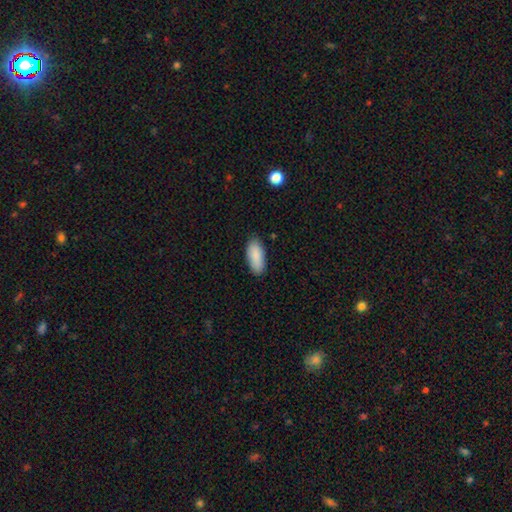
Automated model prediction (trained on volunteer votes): The model was most divided on "merging": none: 85%, minor disturbance: 12%, major disturbance: 2%, merger: 1%. More confident: smooth or featured — smooth (89%); how rounded — in between (87%).